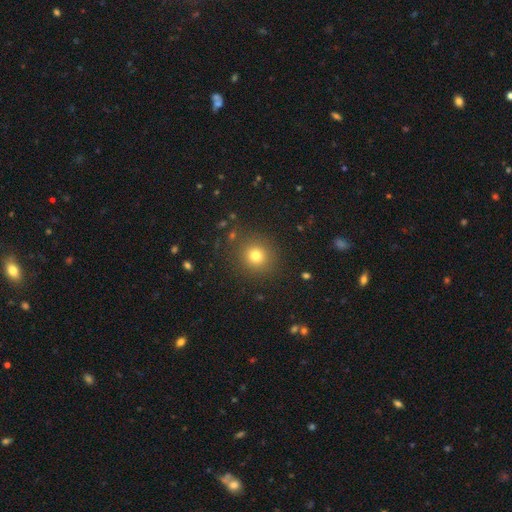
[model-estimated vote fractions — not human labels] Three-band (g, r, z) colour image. It shows a smooth galaxy with no disk features (77%) that is round (90%). Merging: none (87%).